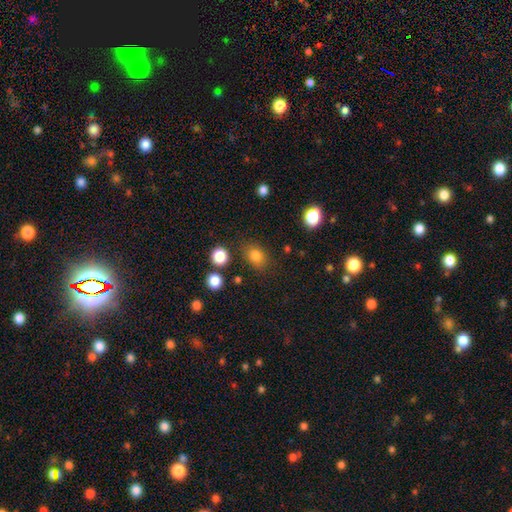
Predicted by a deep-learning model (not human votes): The model was most divided on "how rounded": in between: 59%, round: 40%, cigar-shaped: 1%. More confident: smooth or featured — smooth (81%); merging — none (79%).